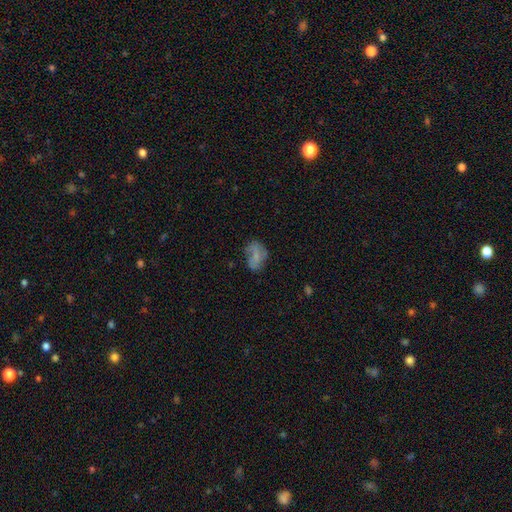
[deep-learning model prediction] smooth_or_featured: smooth (p=0.53) [alt: featured or disk p=0.37]
how_rounded: in between (p=0.81) [alt: round p=0.17]
merging: none (p=0.50) [alt: minor disturbance p=0.28]